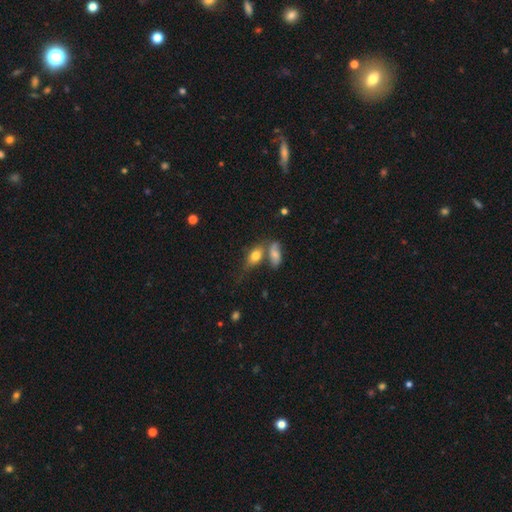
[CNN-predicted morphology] Smooth or featured: smooth — 75% (featured or disk — 17%)
How rounded: in between — 81% (cigar-shaped — 11%)
Merging: none — 46% (merger — 33%)